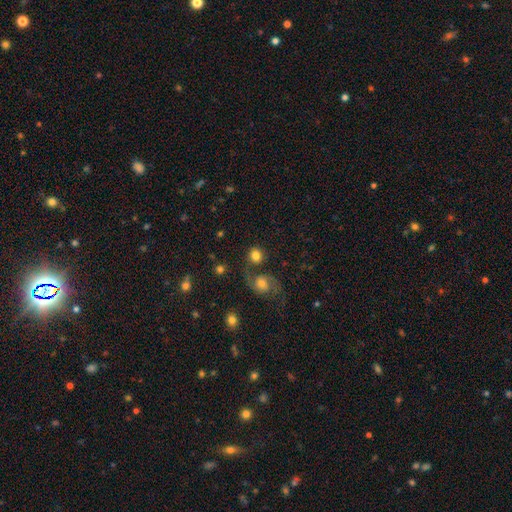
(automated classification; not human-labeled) smooth_or_featured: smooth (p=0.75) [alt: featured or disk p=0.16]
how_rounded: round (p=0.84) [alt: in between p=0.15]
merging: none (p=0.62) [alt: merger p=0.22]